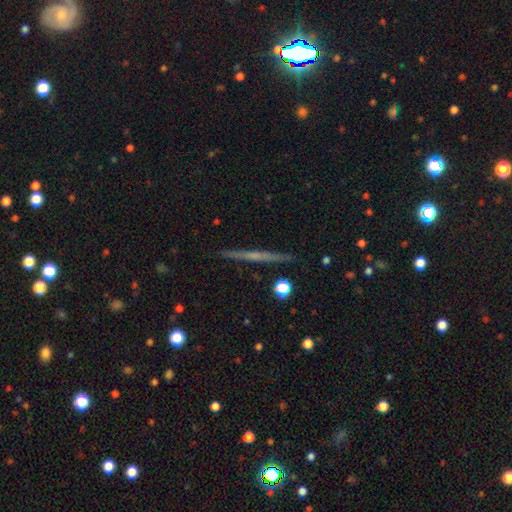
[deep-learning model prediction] Smooth or featured? Predicted: featured or disk (p=0.66). Edge-on disk? Predicted: yes (p=0.98). Edge-on bulge? Predicted: none (p=0.64). Merging? Predicted: none (p=0.92).